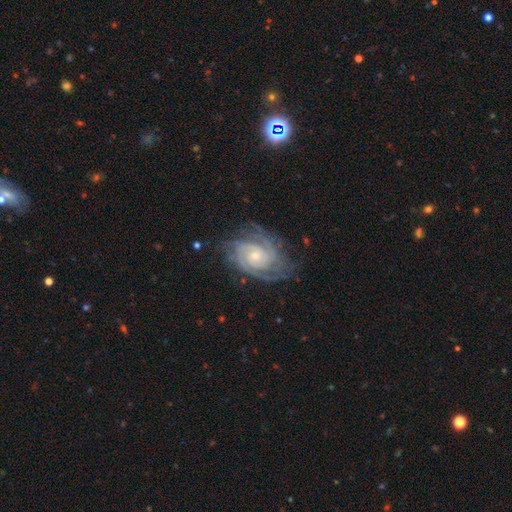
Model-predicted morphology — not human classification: smooth_or_featured: featured or disk (p=0.89) [alt: star or artifact p=0.06]
disk_edge_on: no (p=0.97) [alt: yes p=0.03]
bar: no (p=0.70) [alt: weak p=0.24]
has_spiral_arms: yes (p=0.98) [alt: no p=0.02]
spiral_winding: tight (p=0.71) [alt: medium p=0.25]
spiral_arm_count: 2 (p=0.34) [alt: 3 p=0.24]
bulge_size: small (p=0.67) [alt: moderate p=0.29]
merging: none (p=0.72) [alt: minor disturbance p=0.19]